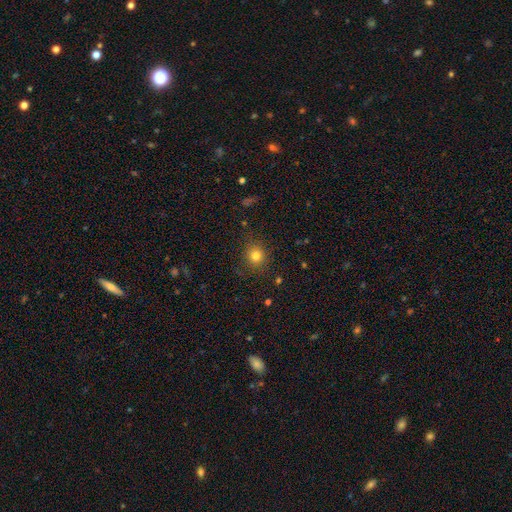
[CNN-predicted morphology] Overall: smooth (79%). How rounded: round (88%). Merging: none (86%).